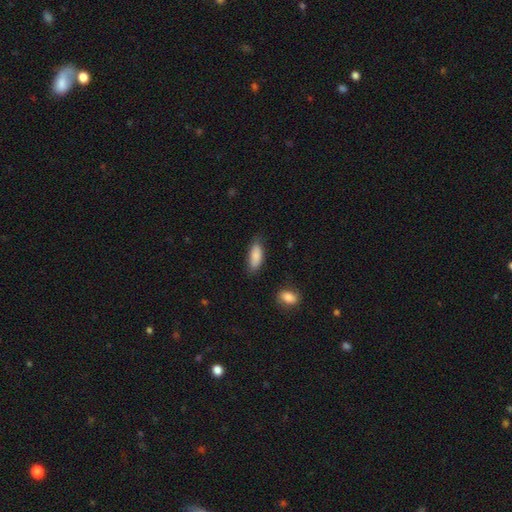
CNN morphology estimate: type=smooth (86%); roundness=in between (75%); merging=none (69%).